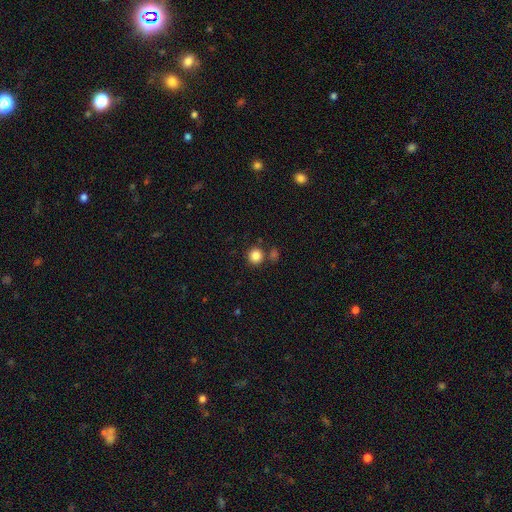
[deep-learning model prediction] Q: Smooth or featured?
A: smooth (85%); runner-up: star or artifact (11%)
Q: How rounded?
A: round (93%); runner-up: in between (6%)
Q: Merging?
A: none (78%); runner-up: merger (11%)